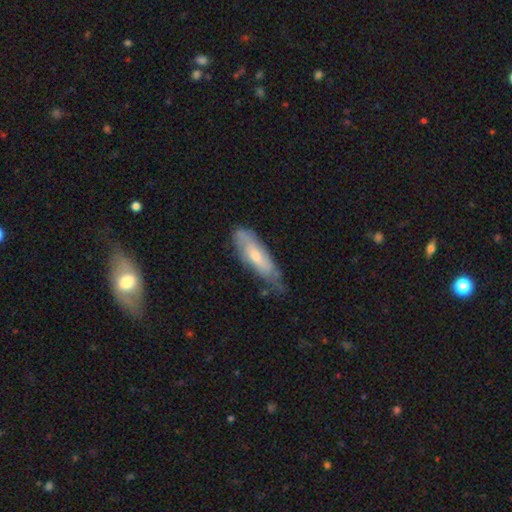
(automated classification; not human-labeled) Smooth or featured: smooth — 48% (featured or disk — 45%)
Merging: none — 49% (minor disturbance — 38%)